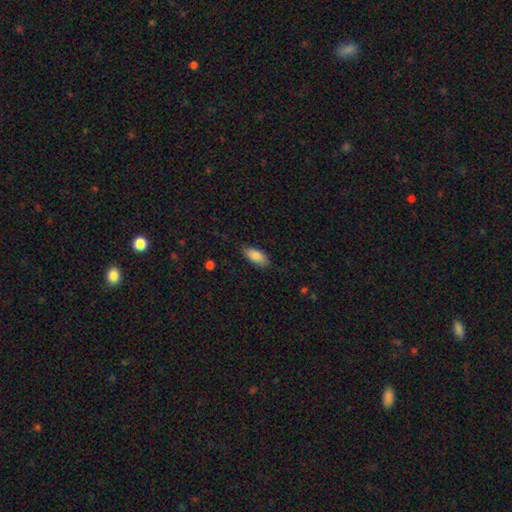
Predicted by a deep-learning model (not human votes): This is clearly a smooth galaxy (87%). How rounded: clearly in between (87%). Merging: clearly none (82%).